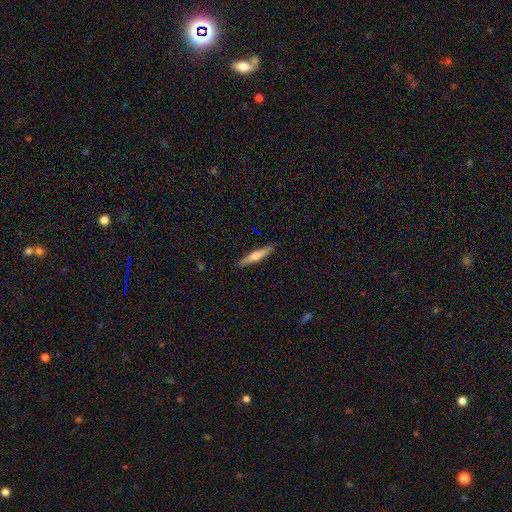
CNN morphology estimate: Smooth or featured? smooth (52%)
How rounded? cigar-shaped (90%)
Merging? none (90%)